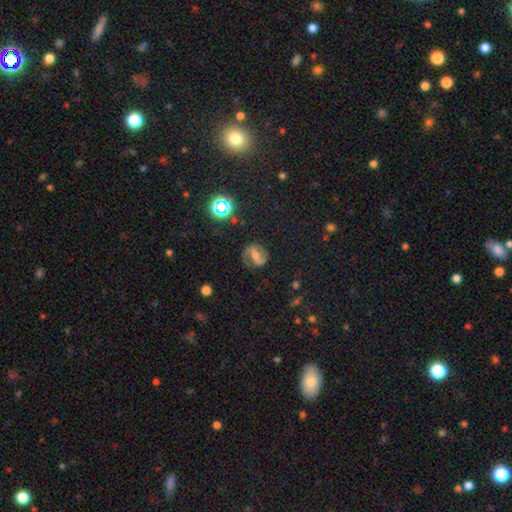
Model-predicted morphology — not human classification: featured or disk 73%, smooth 13%, star or artifact 13%. Down the decision tree: edge-on disk — no (97%); bar — strong (45%); spiral arms — yes (93%); spiral arm count — 2 (89%); spiral winding — medium (53%); bulge size — moderate (40%, tied with small); merging — none (75%).